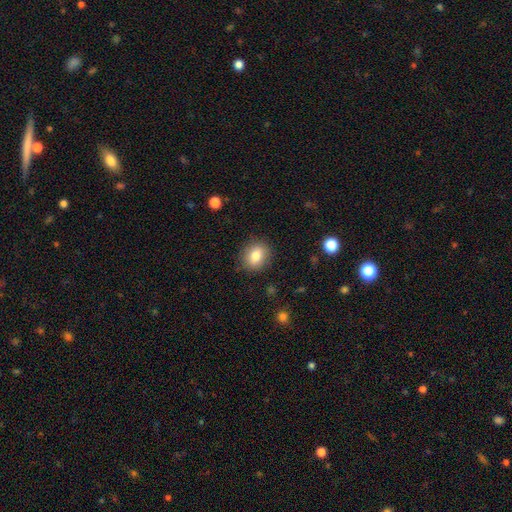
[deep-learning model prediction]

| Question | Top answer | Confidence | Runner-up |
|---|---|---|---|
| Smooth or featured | smooth | 81% | featured or disk (10%) |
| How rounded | round | 61% | in between (38%) |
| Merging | none | 87% | minor disturbance (9%) |